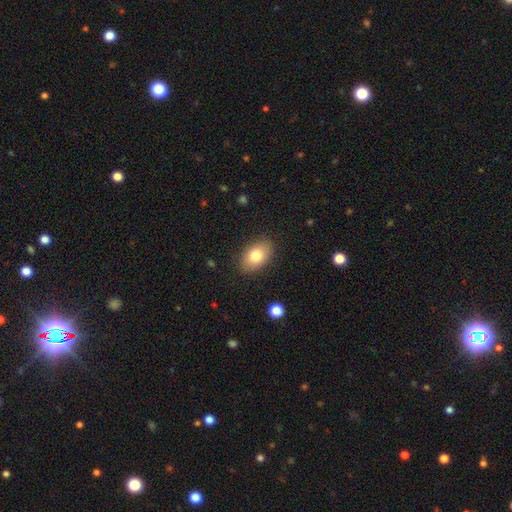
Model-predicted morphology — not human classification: smooth 79%, featured or disk 13%, star or artifact 8%. Down the decision tree: how rounded — in between (87%); merging — none (86%).